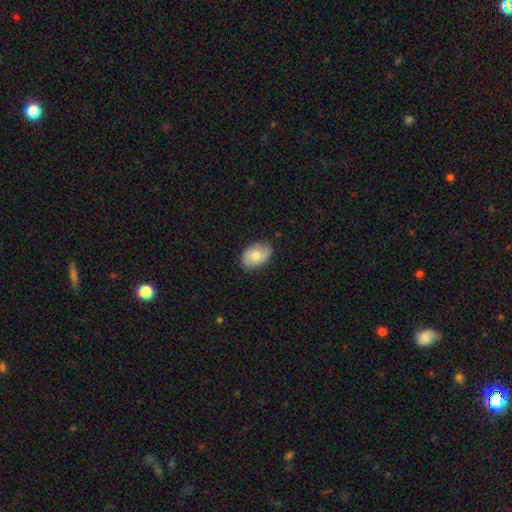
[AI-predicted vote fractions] Smooth or featured? smooth (68%)
How rounded? in between (84%)
Merging? none (81%)